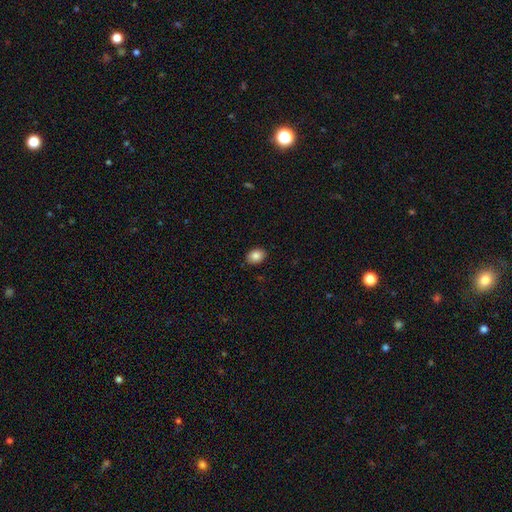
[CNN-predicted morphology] smooth_or_featured: smooth (p=0.87) [alt: star or artifact p=0.08]
how_rounded: in between (p=0.71) [alt: round p=0.28]
merging: none (p=0.87) [alt: minor disturbance p=0.10]